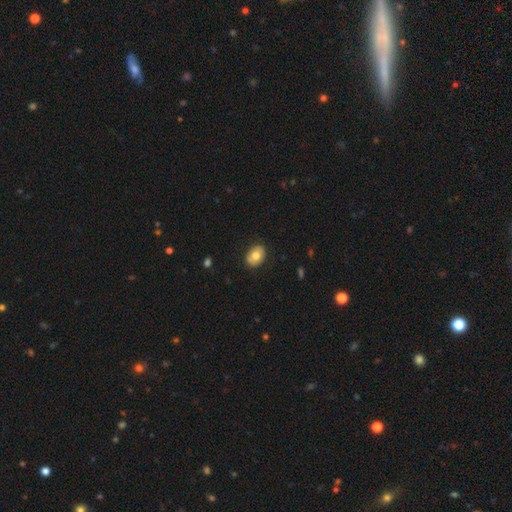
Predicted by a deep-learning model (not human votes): Q: Smooth or featured?
A: smooth (71%); runner-up: featured or disk (22%)
Q: How rounded?
A: in between (66%); runner-up: round (33%)
Q: Merging?
A: none (82%); runner-up: minor disturbance (13%)